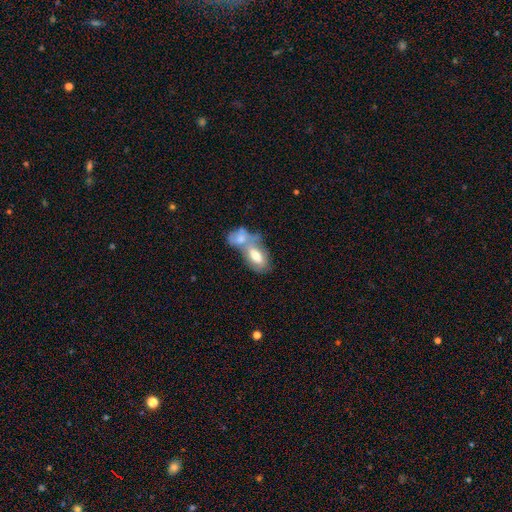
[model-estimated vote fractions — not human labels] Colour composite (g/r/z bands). It shows a smooth galaxy with no disk features (66%) that is in between round and cigar-shaped (91%). Merging: merger (67%).